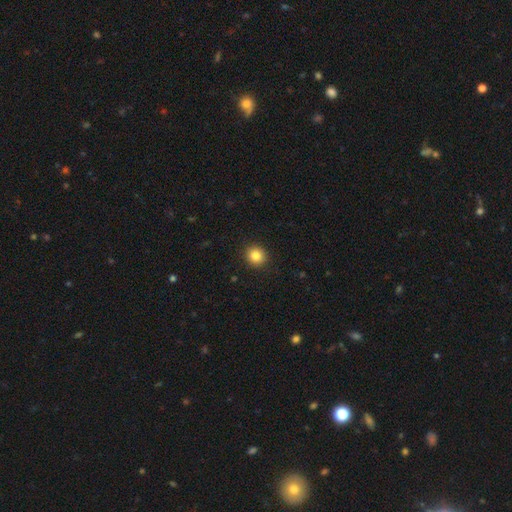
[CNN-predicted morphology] Smooth or featured? Predicted: smooth (p=0.85). How rounded? Predicted: round (p=0.86). Merging? Predicted: none (p=0.92).